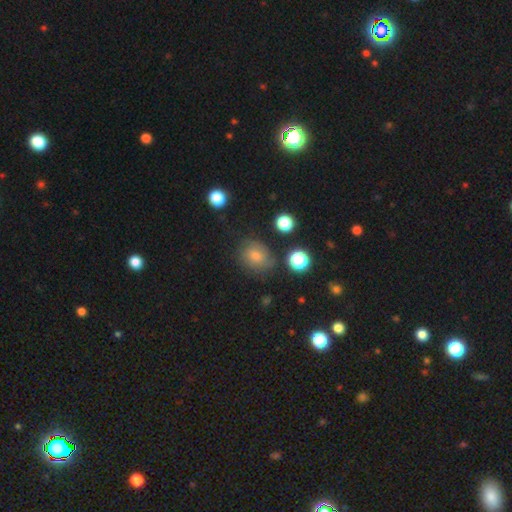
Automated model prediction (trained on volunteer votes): A smooth galaxy with no disk features (62%) that is round (66%). Merging: none (73%).